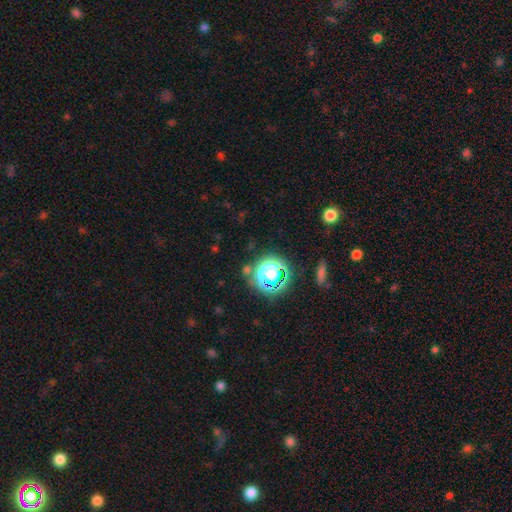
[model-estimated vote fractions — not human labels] Smooth or featured?
  - star or artifact: 78% *
  - smooth: 15%
  - featured or disk: 7%